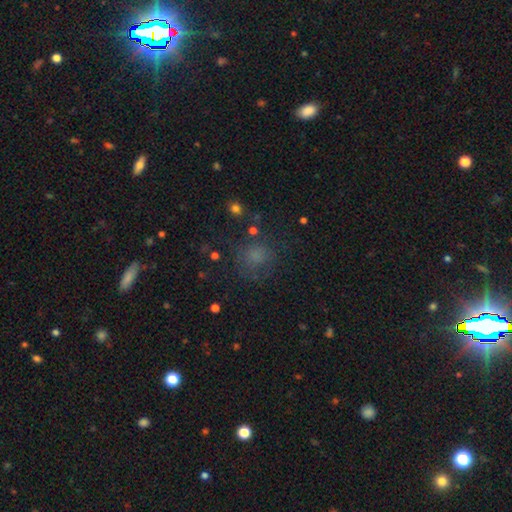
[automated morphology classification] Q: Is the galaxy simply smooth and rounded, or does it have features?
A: smooth — 63%.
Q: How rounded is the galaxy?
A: round — 83%.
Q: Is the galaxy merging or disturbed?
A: none — 71%.